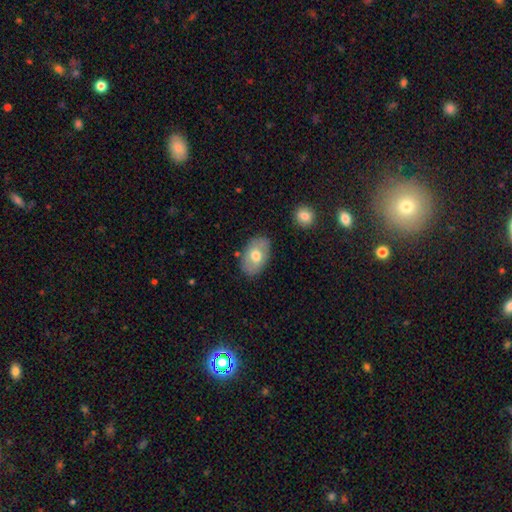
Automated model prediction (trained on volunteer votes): A smooth galaxy with no disk features (69%) that is in between round and cigar-shaped (89%).

Vote fractions:
- Smooth or featured? smooth: 69% / featured or disk: 25% / star or artifact: 6%
- How rounded? in between: 89% / round: 10% / cigar-shaped: 1%
- Merging? none: 81% / minor disturbance: 13% / major disturbance: 3% / merger: 3%